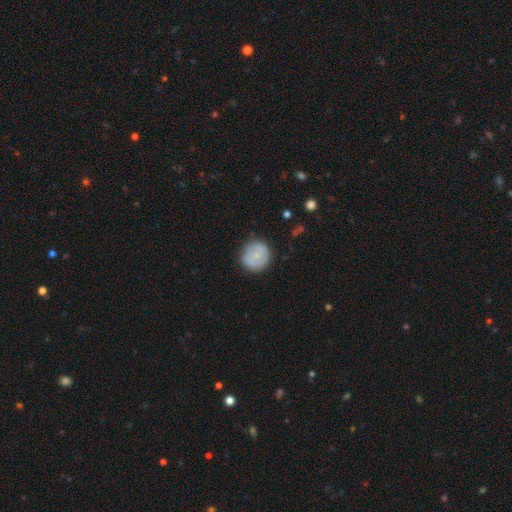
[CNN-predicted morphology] A smooth galaxy with no disk features (67%) that is round (91%). Merging: none (82%).